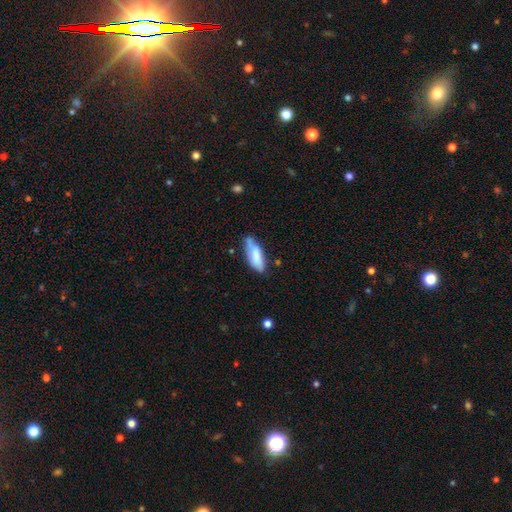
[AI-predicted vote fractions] A smooth galaxy with no disk features (77%) that is in between round and cigar-shaped (67%).

Vote fractions:
- Smooth or featured? smooth: 77% / featured or disk: 16% / star or artifact: 7%
- How rounded? in between: 67% / cigar-shaped: 31% / round: 2%
- Merging? none: 55% / minor disturbance: 31% / merger: 7% / major disturbance: 7%